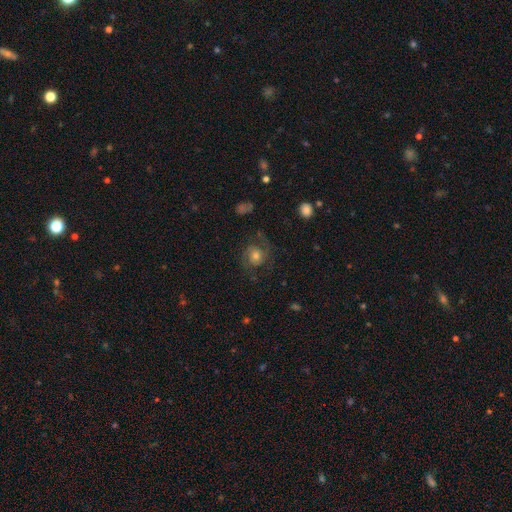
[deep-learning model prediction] smooth_or_featured: featured or disk (p=0.70) [alt: smooth p=0.19]
disk_edge_on: no (p=0.98) [alt: yes p=0.02]
bar: no (p=0.72) [alt: weak p=0.24]
has_spiral_arms: yes (p=0.93) [alt: no p=0.07]
spiral_winding: medium (p=0.51) [alt: tight p=0.29]
spiral_arm_count: 2 (p=0.83) [alt: can't tell p=0.07]
bulge_size: moderate (p=0.59) [alt: small p=0.28]
merging: none (p=0.72) [alt: minor disturbance p=0.14]